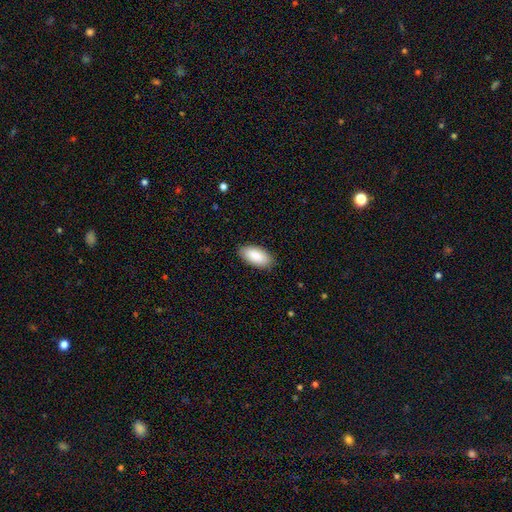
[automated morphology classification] Smooth or featured? Predicted: smooth (p=0.88). How rounded? Predicted: in between (p=0.93). Merging? Predicted: none (p=0.88).